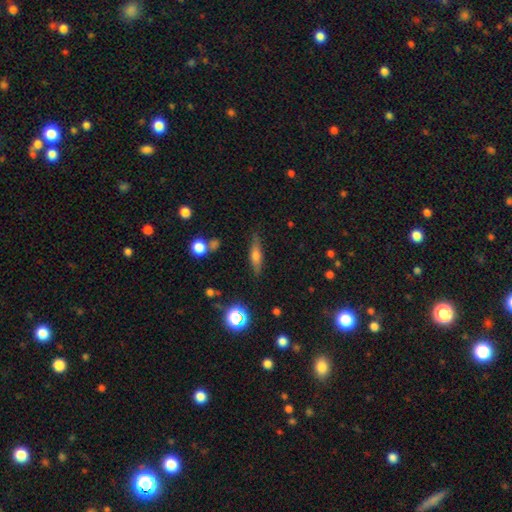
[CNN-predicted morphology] Smooth or featured?
  - smooth: 55% *
  - featured or disk: 35%
  - star or artifact: 11%
How rounded?
  - cigar-shaped: 63% *
  - in between: 32%
  - round: 4%
Merging?
  - none: 82% *
  - minor disturbance: 12%
  - major disturbance: 3%
  - merger: 3%